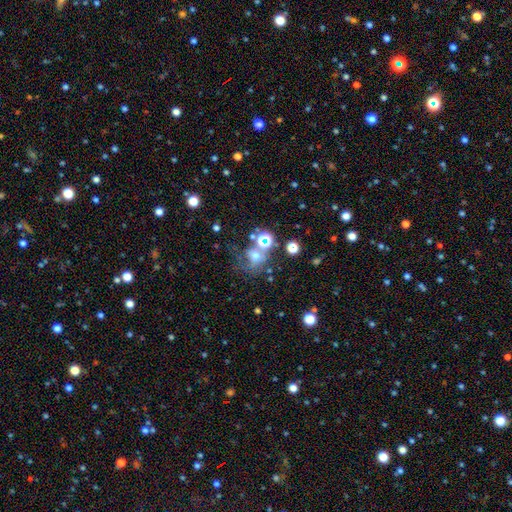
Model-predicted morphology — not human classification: A smooth galaxy with no disk features (48%).

Vote fractions:
- Smooth or featured? smooth: 48% / star or artifact: 31% / featured or disk: 21%
- Merging? none: 39% / major disturbance: 23% / merger: 22% / minor disturbance: 16%